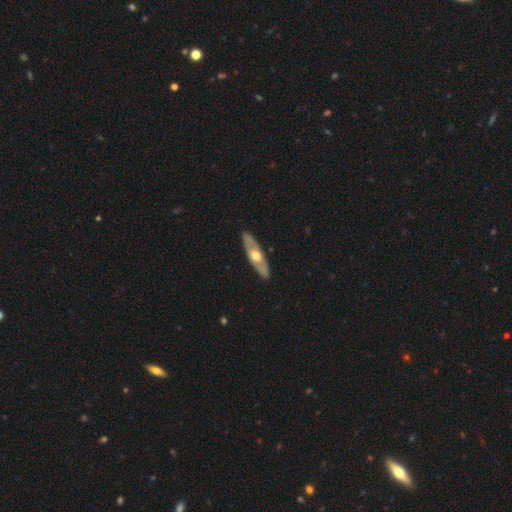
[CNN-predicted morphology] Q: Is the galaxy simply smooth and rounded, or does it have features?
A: featured or disk — 57%.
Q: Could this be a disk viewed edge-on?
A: yes — 54%.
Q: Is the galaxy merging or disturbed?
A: none — 89%.